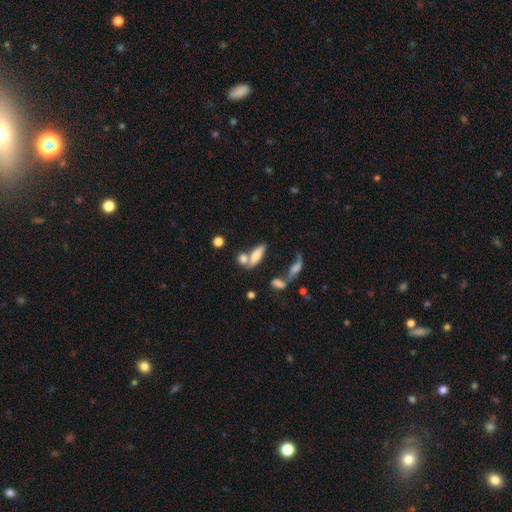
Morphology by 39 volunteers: Smooth or featured?
  - smooth: 67% *
  - featured or disk: 26%
  - star or artifact: 8%
How rounded?
  - in between: 62% *
  - cigar-shaped: 38%
  - round: 0%
Merging?
  - merger: 42% *
  - none: 39%
  - minor disturbance: 14%
  - major disturbance: 6%